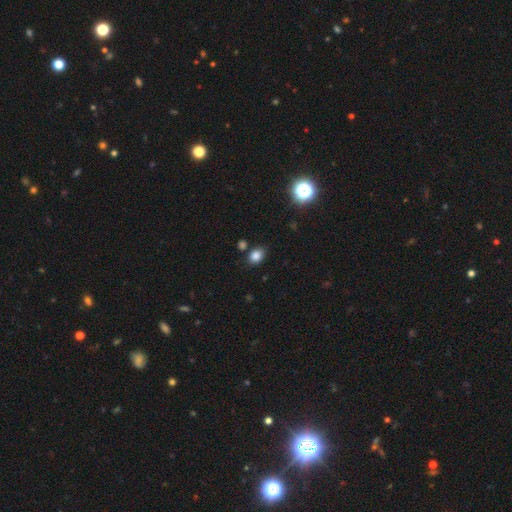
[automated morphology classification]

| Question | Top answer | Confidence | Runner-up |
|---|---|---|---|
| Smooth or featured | smooth | 83% | star or artifact (12%) |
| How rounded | in between | 62% | round (37%) |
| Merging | none | 76% | minor disturbance (14%) |